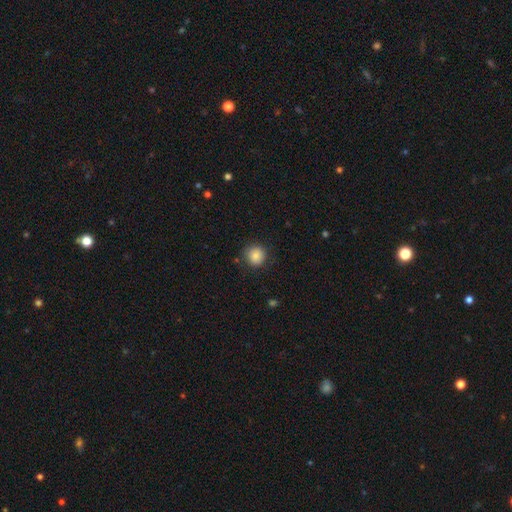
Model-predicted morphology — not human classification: This appears to be a smooth galaxy with no disk features (86%) that is round (90%). Merging: none (84%).